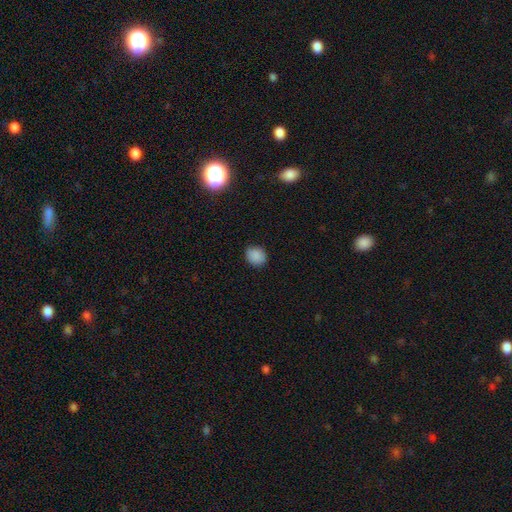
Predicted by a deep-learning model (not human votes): smooth-or-featured: smooth: 87% | star or artifact: 10% | featured or disk: 3%
  how-rounded: round: 65% | in between: 34% | cigar-shaped: 1%
  merging: none: 87% | minor disturbance: 10% | major disturbance: 2% | merger: 1%